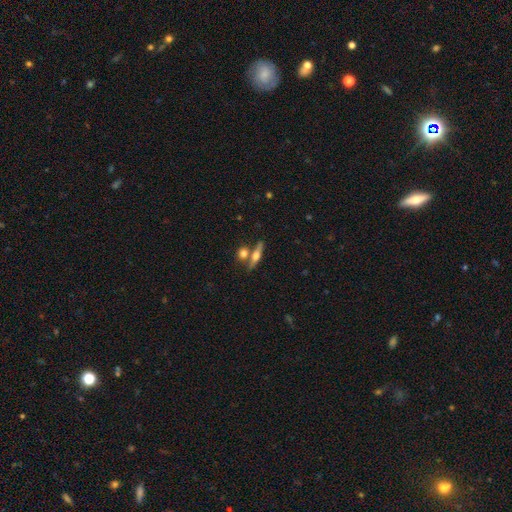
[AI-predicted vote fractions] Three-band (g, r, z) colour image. It shows a featured or disk galaxy (59%) viewed edge-on (94%) with a rounded central bulge (93%). Merging: none (69%).